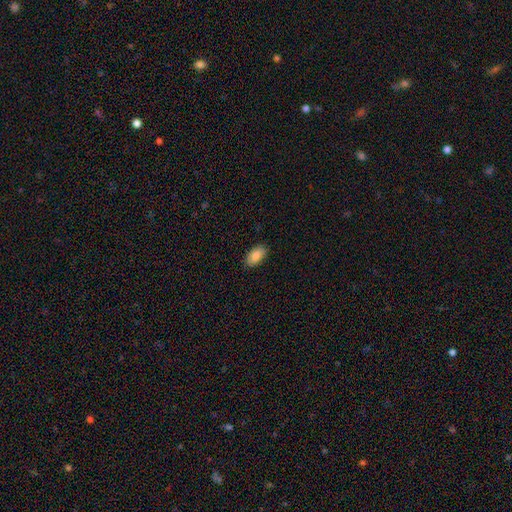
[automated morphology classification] Smooth or featured: smooth — 86% (featured or disk — 8%)
How rounded: in between — 94% (round — 3%)
Merging: none — 88% (minor disturbance — 9%)